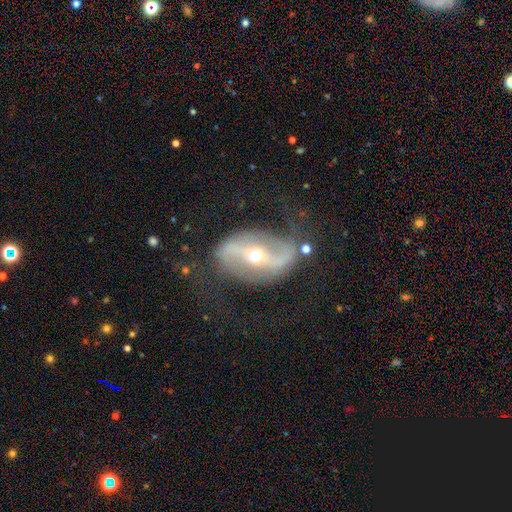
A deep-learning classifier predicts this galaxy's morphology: Overall: featured or disk (83%). Edge-on disk: no (95%). Bar: strong (48%; weak 29%). Spiral arms: yes (83%). Spiral arm count: 2 (91%). Spiral winding: loose (65%; medium 27%). Bulge size: moderate (70%). Merging: none (68%).